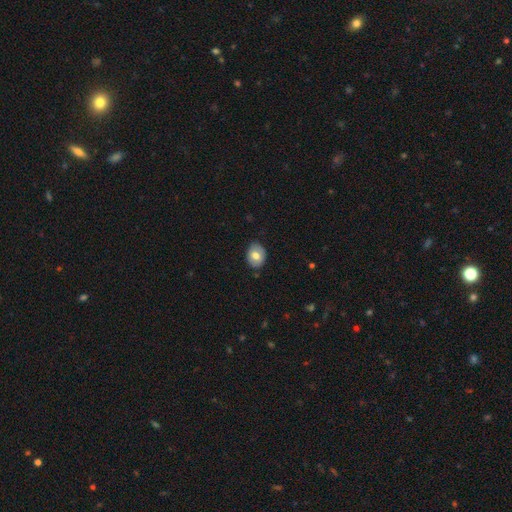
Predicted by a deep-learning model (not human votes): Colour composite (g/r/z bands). It shows a smooth galaxy with no disk features (70%) that is in between round and cigar-shaped (57%). Merging: none (85%).